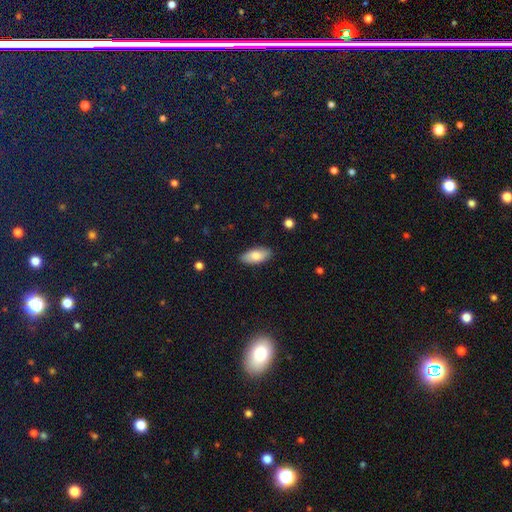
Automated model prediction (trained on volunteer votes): Morphology: type=smooth (81%); roundness=in between (90%); merging=none (87%).